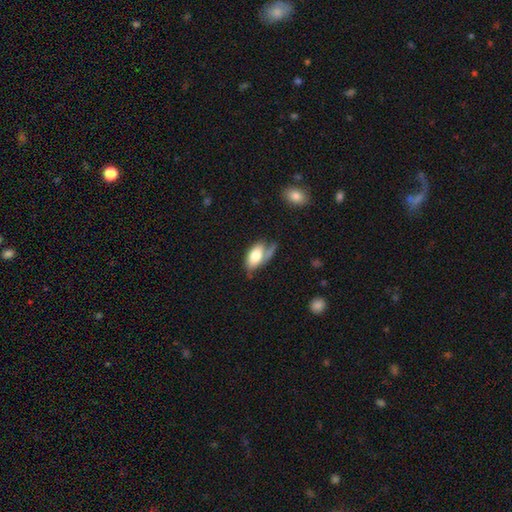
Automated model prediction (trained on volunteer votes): The model was most divided on "merging": none: 37%, minor disturbance: 27%, major disturbance: 19%, merger: 18%. More confident: how rounded — in between (91%); smooth or featured — smooth (71%).